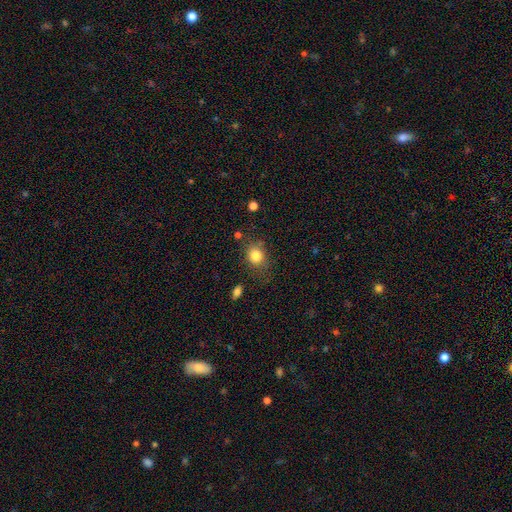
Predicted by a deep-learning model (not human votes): Morphology: type=smooth (82%); roundness=round (60%); merging=none (70%).